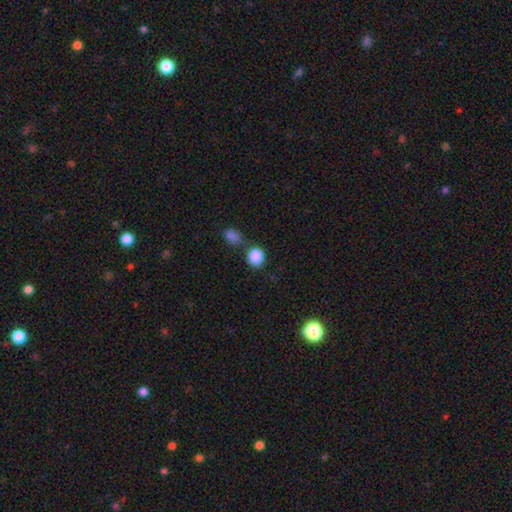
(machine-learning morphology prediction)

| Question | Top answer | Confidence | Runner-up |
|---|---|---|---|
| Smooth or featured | smooth | 87% | star or artifact (9%) |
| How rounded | round | 69% | in between (29%) |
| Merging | none | 65% | merger (17%) |